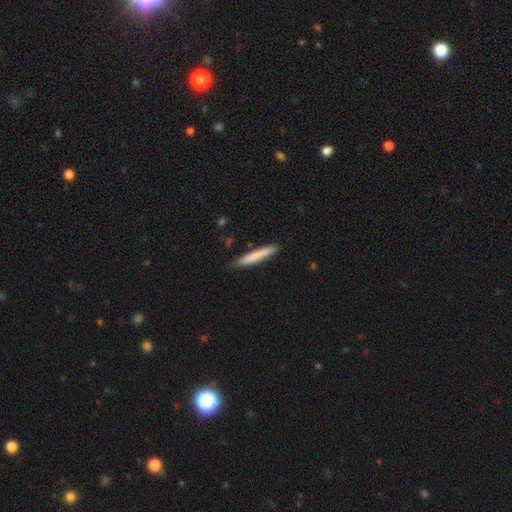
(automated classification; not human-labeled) Smooth or featured? Predicted: smooth (p=0.77). How rounded? Predicted: cigar-shaped (p=0.95). Merging? Predicted: none (p=0.85).